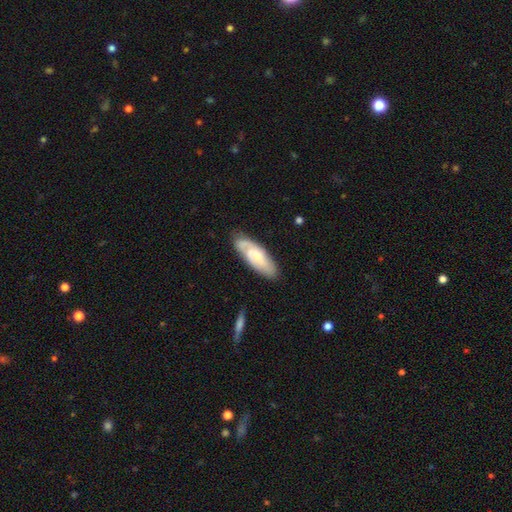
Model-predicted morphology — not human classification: Smooth or featured? Predicted: featured or disk (p=0.54). Edge-on disk? Predicted: no (p=0.85). Merging? Predicted: none (p=0.72).